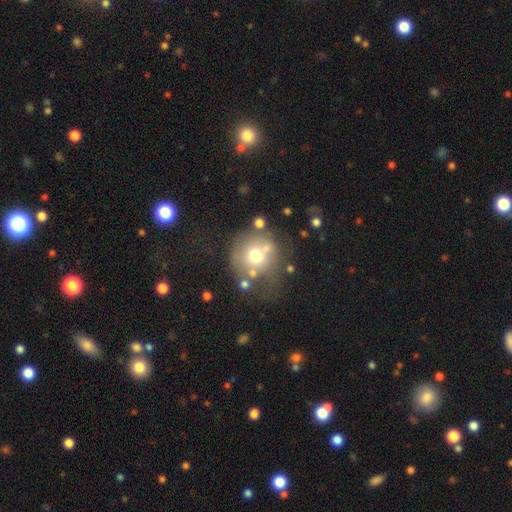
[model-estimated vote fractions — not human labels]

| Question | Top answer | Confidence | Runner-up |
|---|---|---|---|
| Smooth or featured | smooth | 60% | featured or disk (27%) |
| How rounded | round | 87% | in between (12%) |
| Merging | none | 50% | minor disturbance (20%) |